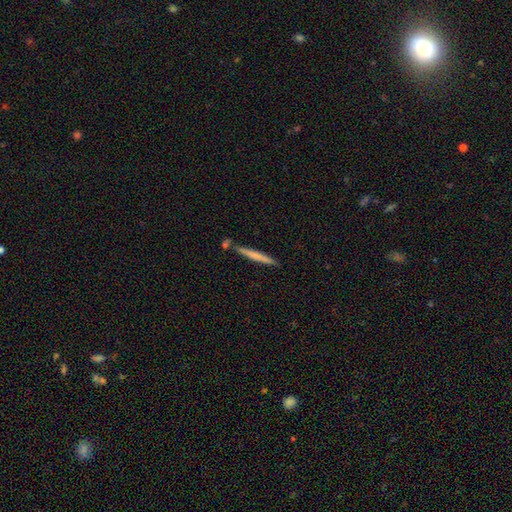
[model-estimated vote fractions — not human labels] smooth-or-featured: smooth: 61% | featured or disk: 33% | star or artifact: 6%
  how-rounded: cigar-shaped: 96% | in between: 2% | round: 1%
  merging: none: 81% | minor disturbance: 10% | merger: 7% | major disturbance: 2%